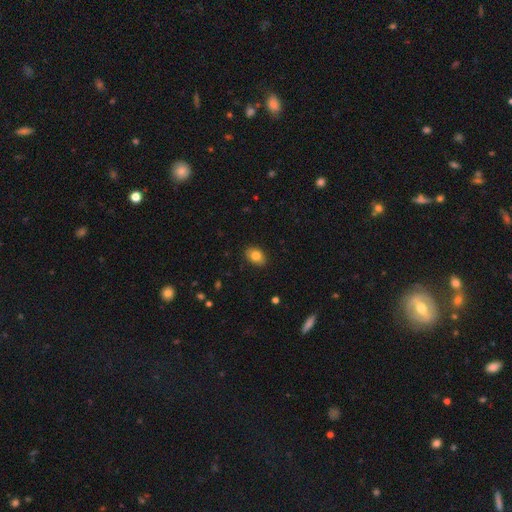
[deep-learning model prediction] Smooth or featured? smooth (83%)
How rounded? in between (78%)
Merging? none (86%)